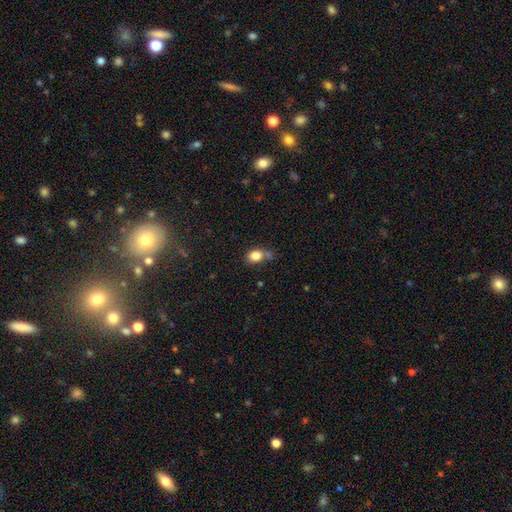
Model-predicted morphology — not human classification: Smooth or featured? Predicted: smooth (p=0.83). How rounded? Predicted: in between (p=0.55). Merging? Predicted: none (p=0.62).